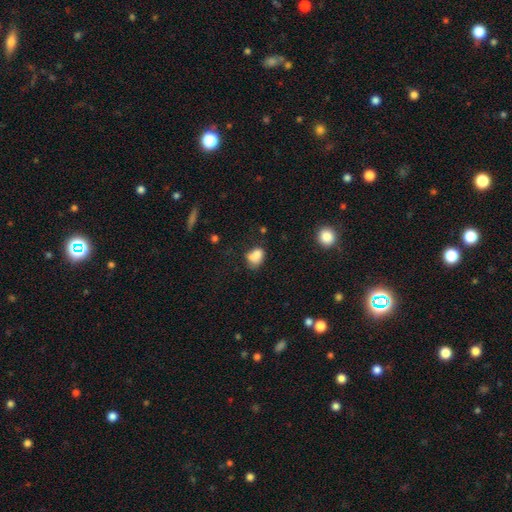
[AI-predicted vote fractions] This appears to be a smooth galaxy with no disk features (77%) that is in between round and cigar-shaped (66%). Merging: none (40%).